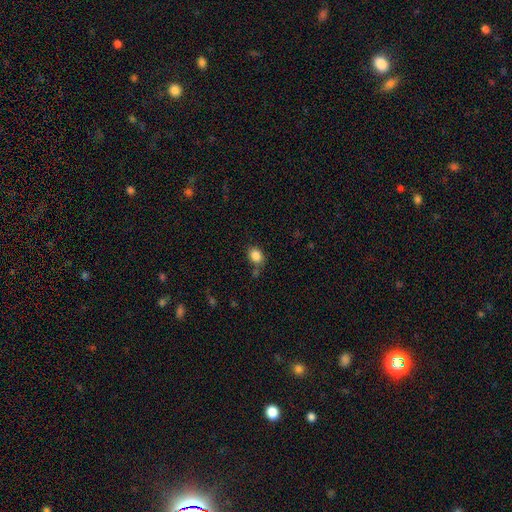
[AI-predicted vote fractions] A smooth galaxy with no disk features (86%) that is in between round and cigar-shaped (56%). Merging: none (69%).